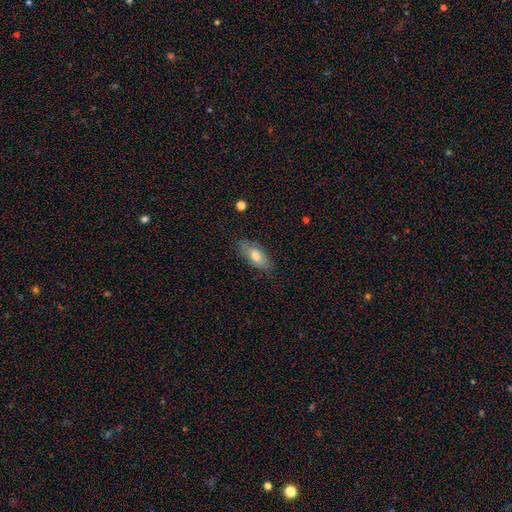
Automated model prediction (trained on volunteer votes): Q: Smooth or featured?
A: smooth (69%); runner-up: featured or disk (23%)
Q: How rounded?
A: in between (84%); runner-up: cigar-shaped (13%)
Q: Merging?
A: none (74%); runner-up: minor disturbance (20%)